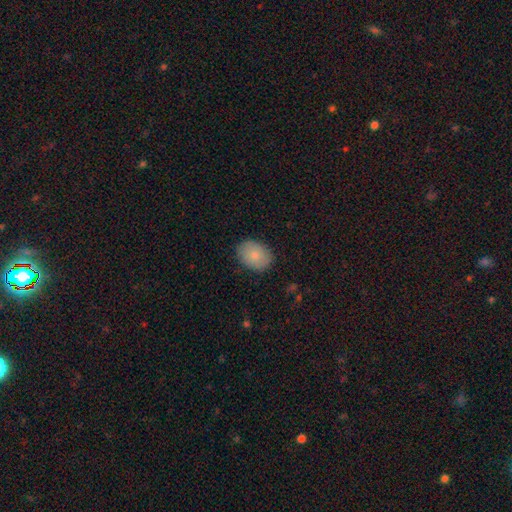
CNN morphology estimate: smooth 83%, featured or disk 10%, star or artifact 6%. Down the decision tree: how rounded — in between (68%); merging — none (86%).